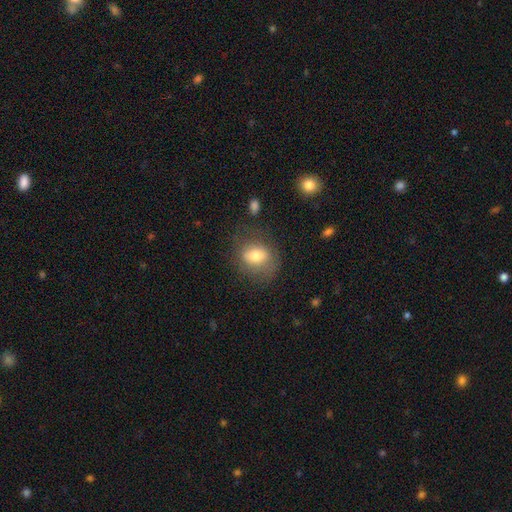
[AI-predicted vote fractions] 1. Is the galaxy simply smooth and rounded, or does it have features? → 72% smooth, 18% featured or disk, 9% star or artifact.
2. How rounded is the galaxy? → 57% in between, 42% round, 1% cigar-shaped.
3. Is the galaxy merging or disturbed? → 69% none, 20% minor disturbance, 9% major disturbance, 2% merger.